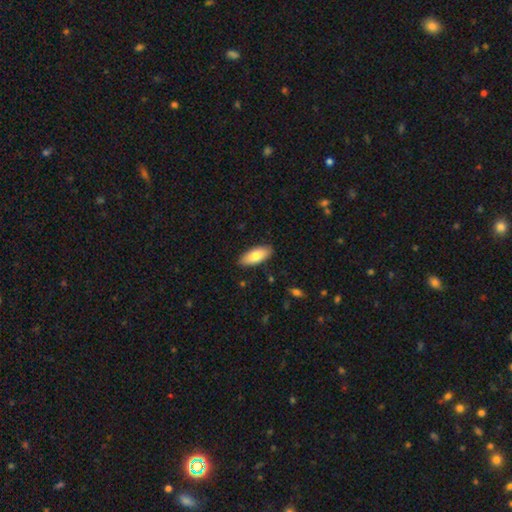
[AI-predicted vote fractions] Q: Smooth or featured?
A: smooth (81%); runner-up: featured or disk (14%)
Q: How rounded?
A: in between (83%); runner-up: cigar-shaped (15%)
Q: Merging?
A: none (88%); runner-up: minor disturbance (9%)